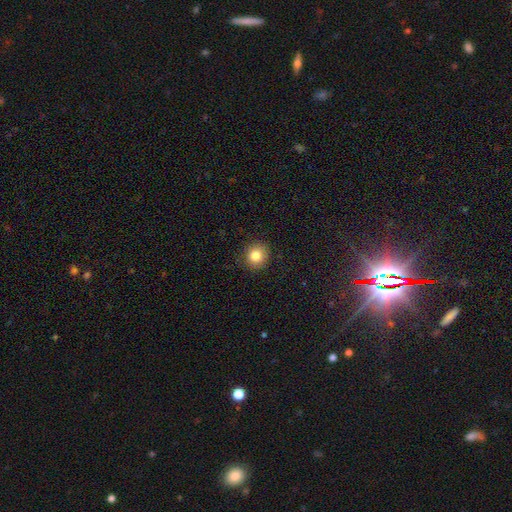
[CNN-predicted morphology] smooth-or-featured: smooth: 83% | star or artifact: 10% | featured or disk: 6%
  how-rounded: round: 86% | in between: 13% | cigar-shaped: 1%
  merging: none: 90% | minor disturbance: 7% | major disturbance: 2% | merger: 1%